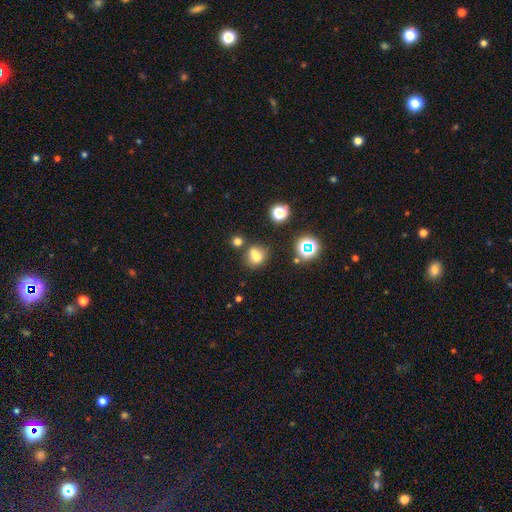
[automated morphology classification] smooth_or_featured: smooth (p=0.67) [alt: star or artifact p=0.20]
how_rounded: round (p=0.64) [alt: in between p=0.35]
merging: none (p=0.50) [alt: merger p=0.30]